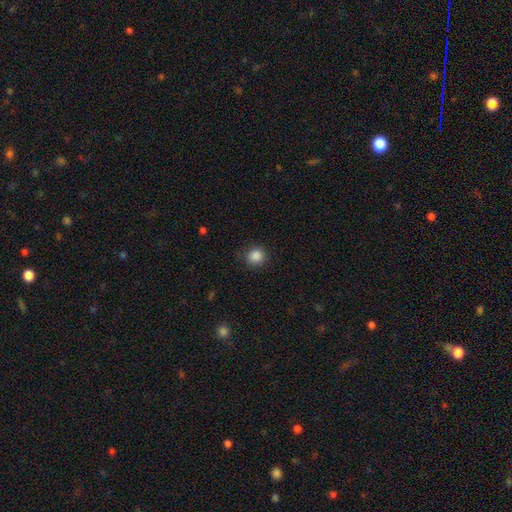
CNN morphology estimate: Smooth or featured?
  - smooth: 87% *
  - star or artifact: 10%
  - featured or disk: 3%
How rounded?
  - round: 89% *
  - in between: 10%
  - cigar-shaped: 1%
Merging?
  - none: 86% *
  - minor disturbance: 10%
  - major disturbance: 3%
  - merger: 1%